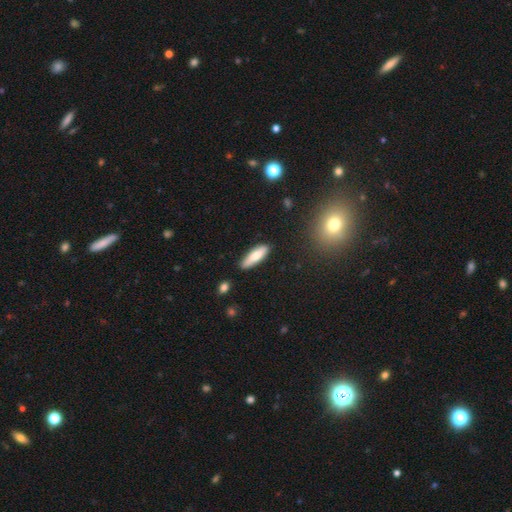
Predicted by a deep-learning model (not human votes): Smooth or featured: smooth — 74% (featured or disk — 20%)
How rounded: cigar-shaped — 55% (in between — 43%)
Merging: none — 85% (minor disturbance — 11%)